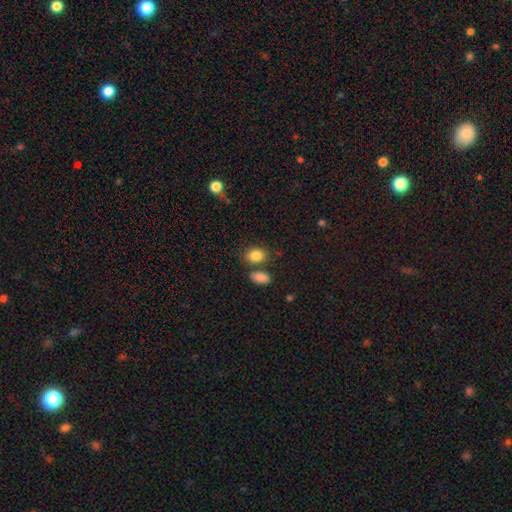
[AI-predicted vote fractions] Smooth or featured? smooth (86%)
How rounded? in between (73%)
Merging? none (65%)